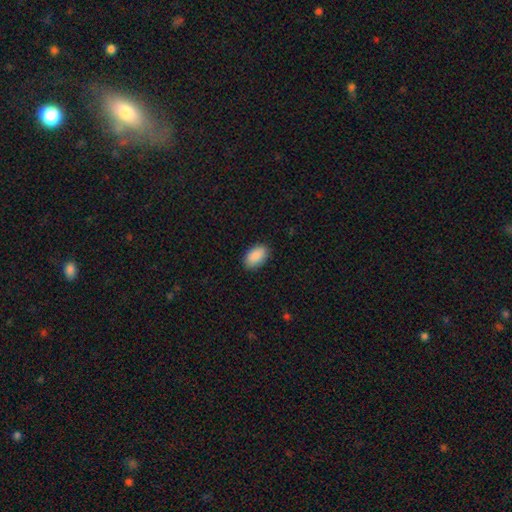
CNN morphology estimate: A smooth galaxy with no disk features (90%) that is in between round and cigar-shaped (93%).

Vote fractions:
- Smooth or featured? smooth: 90% / star or artifact: 6% / featured or disk: 3%
- How rounded? in between: 93% / round: 5% / cigar-shaped: 2%
- Merging? none: 88% / minor disturbance: 9% / major disturbance: 2% / merger: 1%